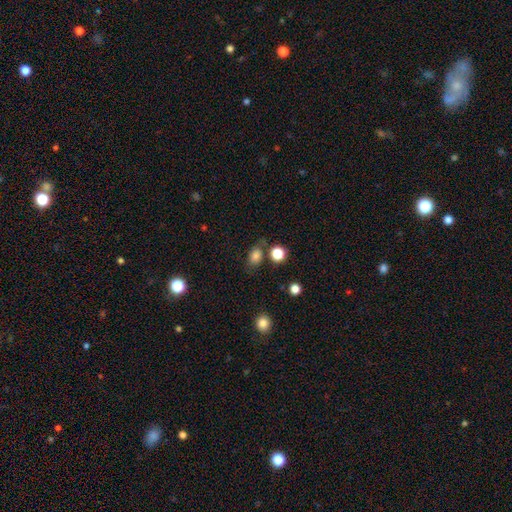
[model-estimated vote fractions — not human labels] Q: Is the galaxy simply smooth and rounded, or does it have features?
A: smooth — 80%.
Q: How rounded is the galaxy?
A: in between — 68%.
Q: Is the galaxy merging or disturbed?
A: none — 68%.